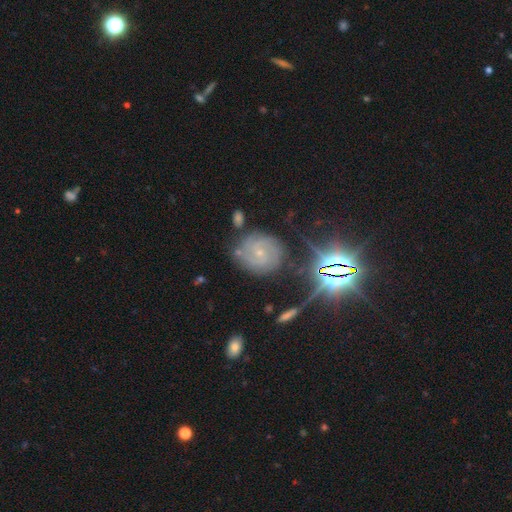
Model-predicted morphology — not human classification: Smooth or featured? Predicted: featured or disk (p=0.61). Edge-on disk? Predicted: no (p=0.95). Bar? Predicted: no (p=0.65). Spiral arms? Predicted: yes (p=0.88). Spiral winding? Predicted: tight (p=0.68). Spiral arm count? Predicted: can't tell (p=0.40). Bulge size? Predicted: small (p=0.77). Merging? Predicted: none (p=0.71).